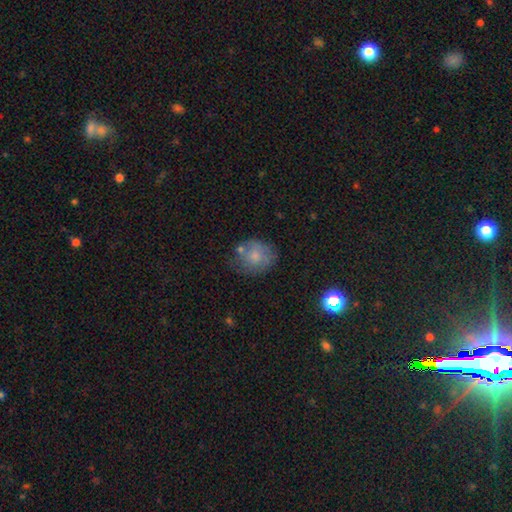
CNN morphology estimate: A smooth galaxy with no disk features (70%) that is round (73%). Merging: none (58%).